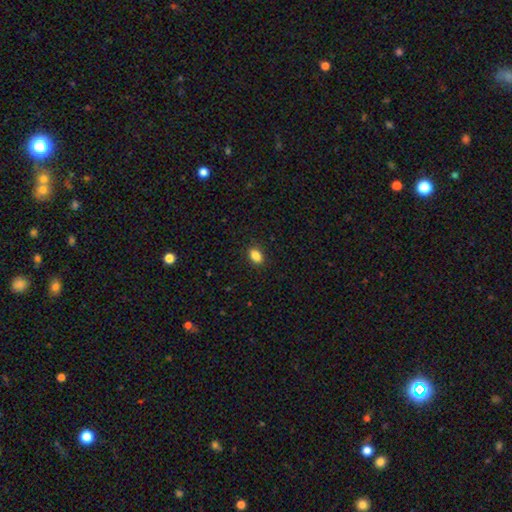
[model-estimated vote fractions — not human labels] Morphology: type=smooth (86%); roundness=in between (86%); merging=none (89%).